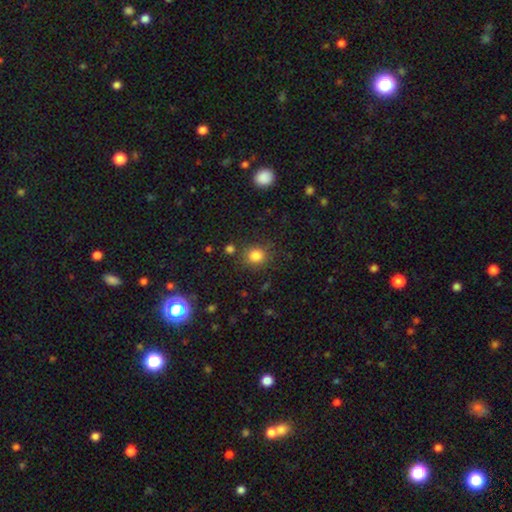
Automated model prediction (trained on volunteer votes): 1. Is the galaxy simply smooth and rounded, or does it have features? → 82% smooth, 12% star or artifact, 5% featured or disk.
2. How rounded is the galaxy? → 81% round, 18% in between, 1% cigar-shaped.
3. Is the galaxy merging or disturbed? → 80% none, 11% minor disturbance, 4% merger, 4% major disturbance.